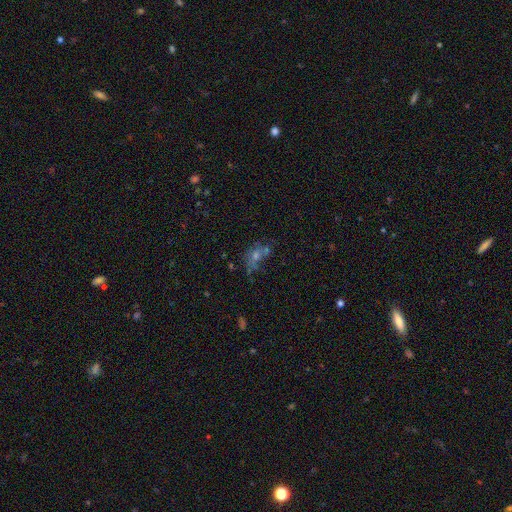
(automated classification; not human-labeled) smooth_or_featured: smooth (p=0.38) [alt: star or artifact p=0.33]
merging: none (p=0.41) [alt: merger p=0.23]